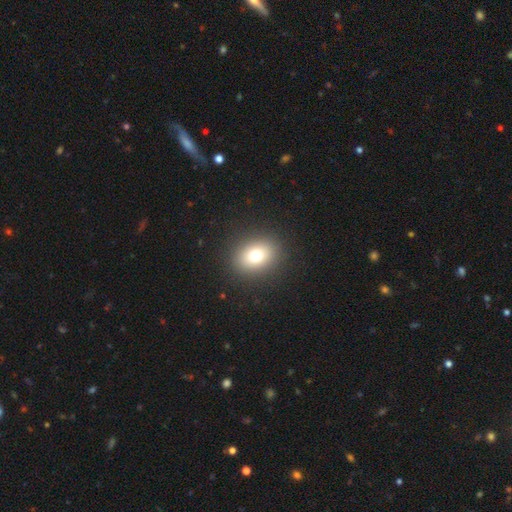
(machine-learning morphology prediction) Smooth or featured? smooth (75%)
How rounded? in between (52%)
Merging? none (90%)